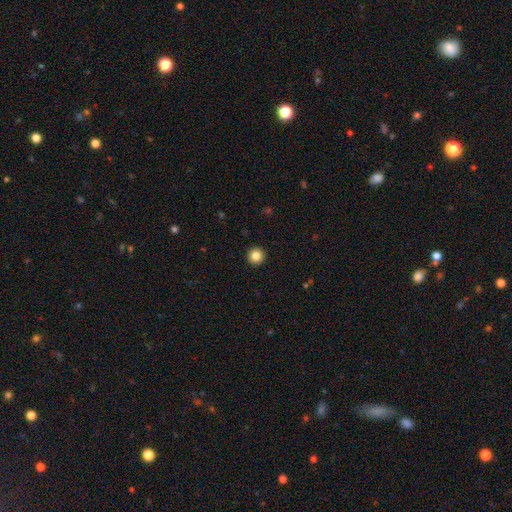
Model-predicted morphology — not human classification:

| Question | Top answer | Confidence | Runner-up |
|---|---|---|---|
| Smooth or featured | smooth | 85% | star or artifact (10%) |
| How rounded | round | 96% | in between (3%) |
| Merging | none | 94% | minor disturbance (4%) |